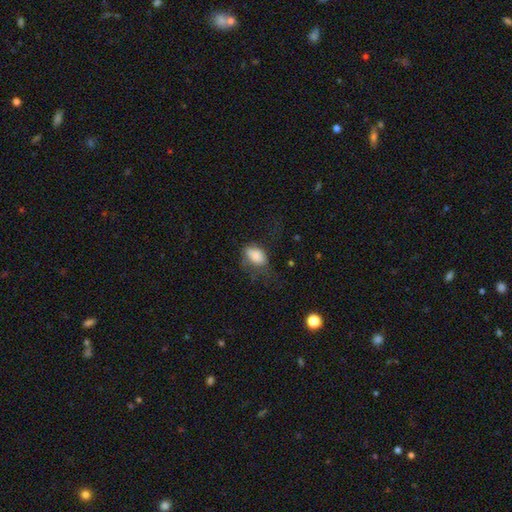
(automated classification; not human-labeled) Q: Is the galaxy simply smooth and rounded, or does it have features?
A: smooth — 77%.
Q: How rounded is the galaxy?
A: in between — 86%.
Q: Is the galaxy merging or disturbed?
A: major disturbance — 35%.